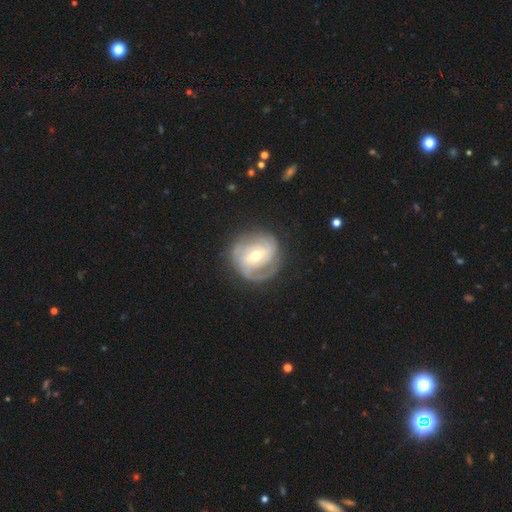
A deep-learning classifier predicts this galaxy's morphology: A featured or disk galaxy (83%) with a weak bar (43%), 2 (37%) tight (59%) spiral arms (93%) and a moderate central bulge (62%).

Vote fractions:
- Smooth or featured? featured or disk: 83% / smooth: 12% / star or artifact: 5%
- Edge-on disk? no: 97% / yes: 3%
- Bar? weak: 43% / no: 36% / strong: 21%
- Spiral arms? yes: 93% / no: 7%
- Spiral winding? tight: 59% / medium: 31% / loose: 10%
- Spiral arm count? 2: 37% / can't tell: 25% / 3: 22% / 1: 6% / 4: 6% / more than 4: 4%
- Bulge size? moderate: 62% / small: 33% / large: 3% / none: 1% / dominant: 1%
- Merging? none: 74% / minor disturbance: 17% / major disturbance: 8% / merger: 1%